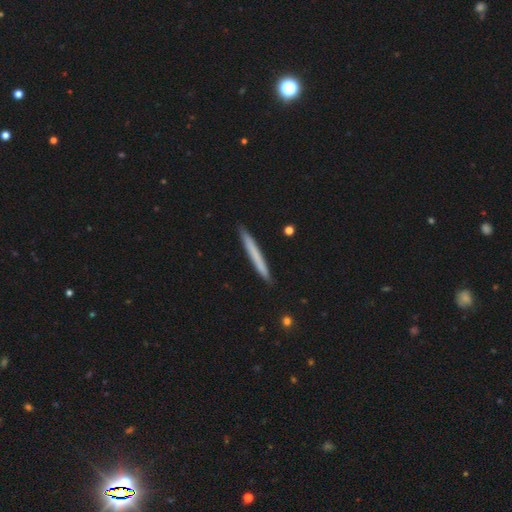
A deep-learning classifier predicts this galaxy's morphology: smooth_or_featured: smooth (p=0.65) [alt: featured or disk p=0.30]
how_rounded: cigar-shaped (p=0.97) [alt: in between p=0.02]
merging: none (p=0.91) [alt: minor disturbance p=0.06]